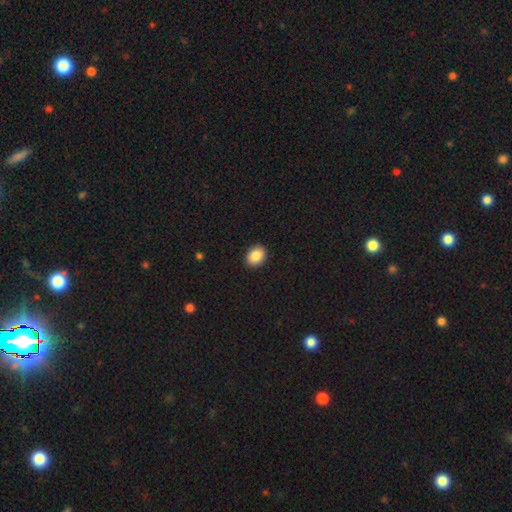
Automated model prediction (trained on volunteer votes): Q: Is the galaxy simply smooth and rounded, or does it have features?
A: smooth — 87%.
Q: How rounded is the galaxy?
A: in between — 55%.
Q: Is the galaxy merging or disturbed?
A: none — 91%.